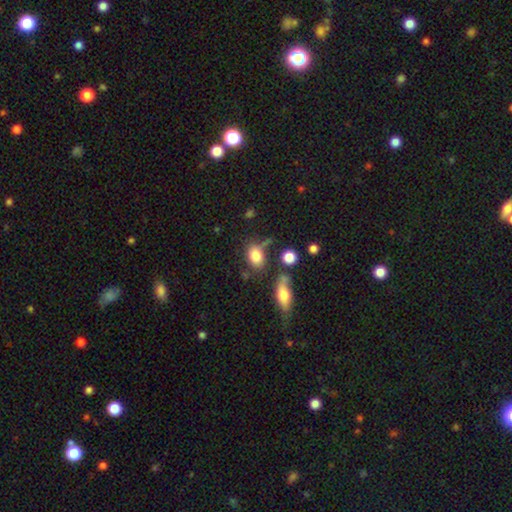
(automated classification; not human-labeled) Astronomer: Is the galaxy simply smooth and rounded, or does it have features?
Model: smooth — 80%.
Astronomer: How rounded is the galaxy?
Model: in between — 75%.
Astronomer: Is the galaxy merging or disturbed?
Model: none — 55%.